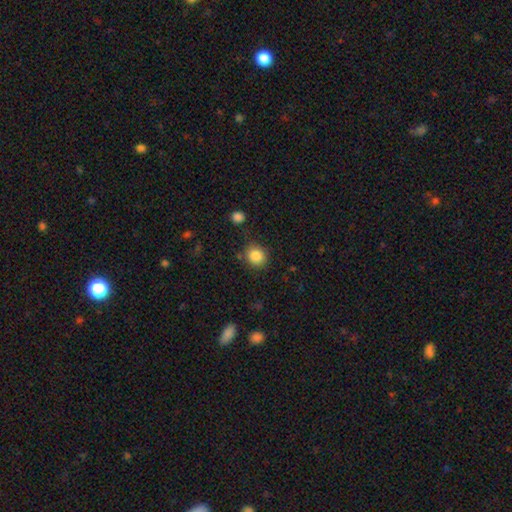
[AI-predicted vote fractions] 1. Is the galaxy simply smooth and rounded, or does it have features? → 85% smooth, 10% star or artifact, 5% featured or disk.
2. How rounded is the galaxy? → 81% round, 18% in between, 1% cigar-shaped.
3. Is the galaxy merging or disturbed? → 82% none, 11% minor disturbance, 3% major disturbance, 3% merger.